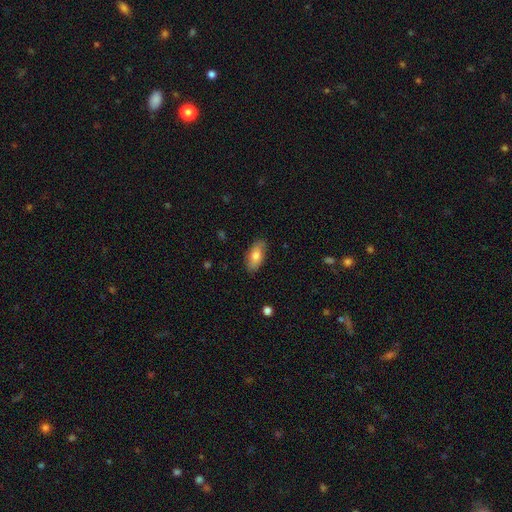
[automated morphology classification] Smooth or featured?
  - smooth: 73% *
  - featured or disk: 20%
  - star or artifact: 6%
How rounded?
  - in between: 90% *
  - cigar-shaped: 7%
  - round: 3%
Merging?
  - none: 83% *
  - minor disturbance: 13%
  - major disturbance: 2%
  - merger: 1%